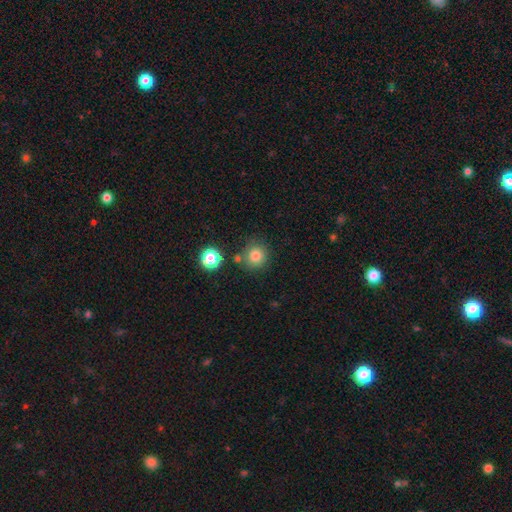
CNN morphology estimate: smooth_or_featured: smooth (p=0.80) [alt: star or artifact p=0.13]
how_rounded: round (p=0.92) [alt: in between p=0.07]
merging: none (p=0.78) [alt: minor disturbance p=0.10]